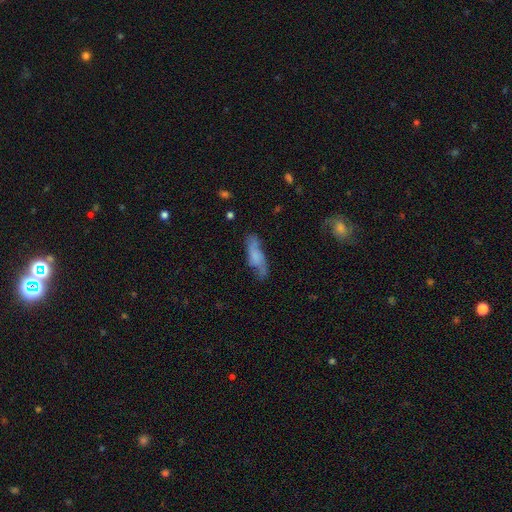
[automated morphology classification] This appears to be a smooth galaxy with no disk features (55%) that is cigar-shaped (49%). Merging: none (62%).